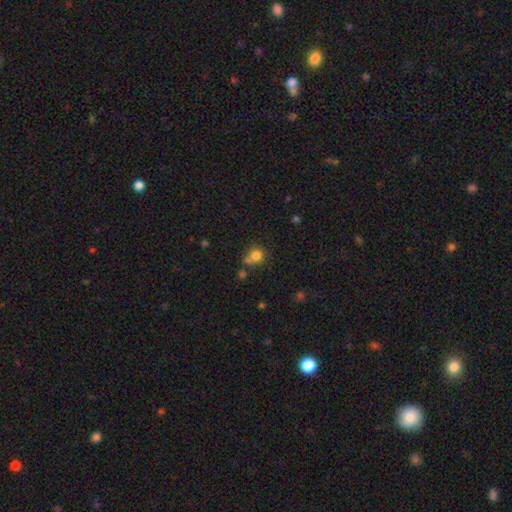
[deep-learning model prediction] Q: Smooth or featured?
A: smooth (80%); runner-up: star or artifact (13%)
Q: How rounded?
A: round (86%); runner-up: in between (13%)
Q: Merging?
A: none (55%); runner-up: merger (26%)